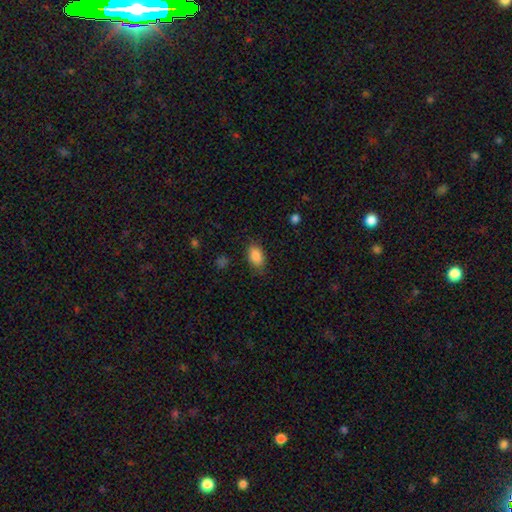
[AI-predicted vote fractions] smooth-or-featured: smooth: 88% | star or artifact: 8% | featured or disk: 4%
  how-rounded: in between: 87% | round: 11% | cigar-shaped: 2%
  merging: none: 78% | minor disturbance: 16% | major disturbance: 4% | merger: 1%